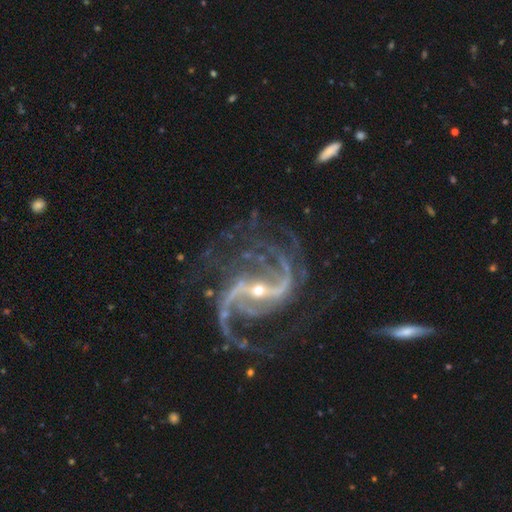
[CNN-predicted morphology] Smooth or featured?
  - featured or disk: 92% *
  - star or artifact: 6%
  - smooth: 2%
Edge-on disk?
  - no: 98% *
  - yes: 2%
Bar?
  - strong: 47% *
  - weak: 36%
  - no: 17%
Spiral arms?
  - yes: 98% *
  - no: 2%
Spiral winding?
  - loose: 45% *
  - medium: 43%
  - tight: 12%
Spiral arm count?
  - 2: 77% *
  - 3: 6%
  - can't tell: 5%
  - 4: 4%
  - 1: 4%
  - more than 4: 4%
Bulge size?
  - small: 68% *
  - moderate: 27%
  - none: 2%
  - large: 2%
  - dominant: 1%
Merging?
  - none: 60% *
  - major disturbance: 18%
  - minor disturbance: 18%
  - merger: 4%